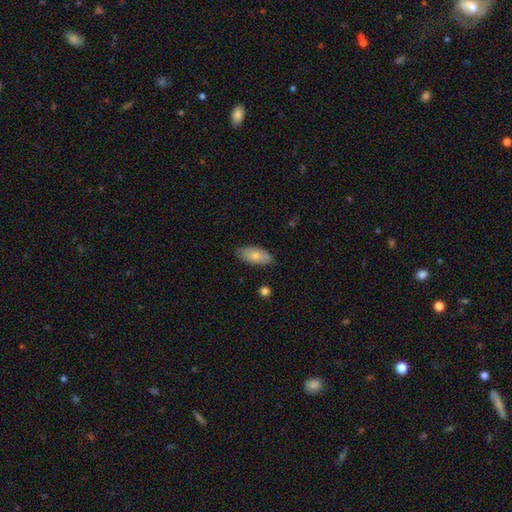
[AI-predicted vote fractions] Overall: smooth (71%). How rounded: in between (91%). Merging: none (76%).